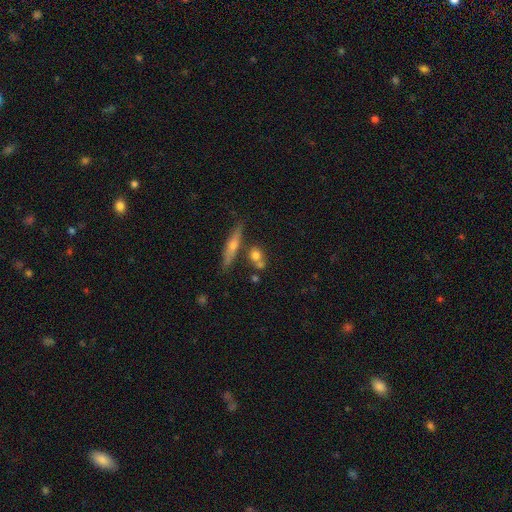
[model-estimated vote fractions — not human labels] Smooth or featured? smooth (66%)
How rounded? round (53%)
Merging? none (57%)